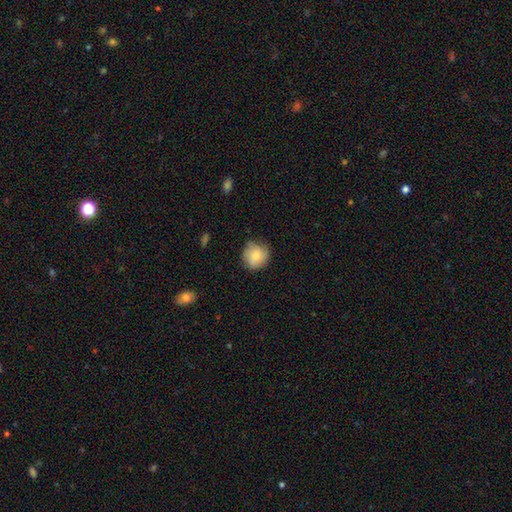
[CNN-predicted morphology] smooth-or-featured: smooth: 70% | featured or disk: 22% | star or artifact: 7%
  how-rounded: round: 91% | in between: 8% | cigar-shaped: 1%
  merging: none: 76% | minor disturbance: 19% | major disturbance: 4% | merger: 1%